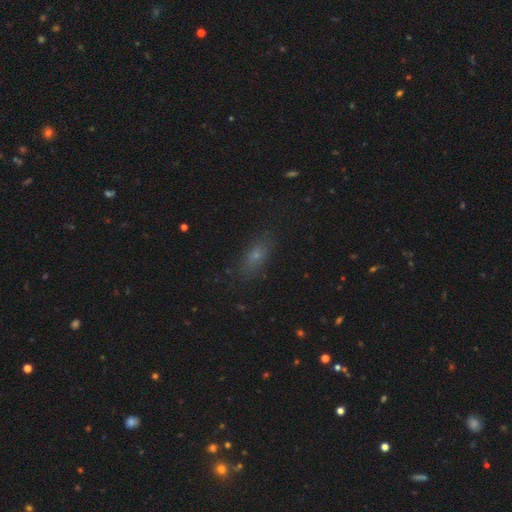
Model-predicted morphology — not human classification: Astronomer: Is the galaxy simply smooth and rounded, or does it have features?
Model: smooth — 67%.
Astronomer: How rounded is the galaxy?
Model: in between — 68%.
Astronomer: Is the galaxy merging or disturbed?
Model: none — 81%.